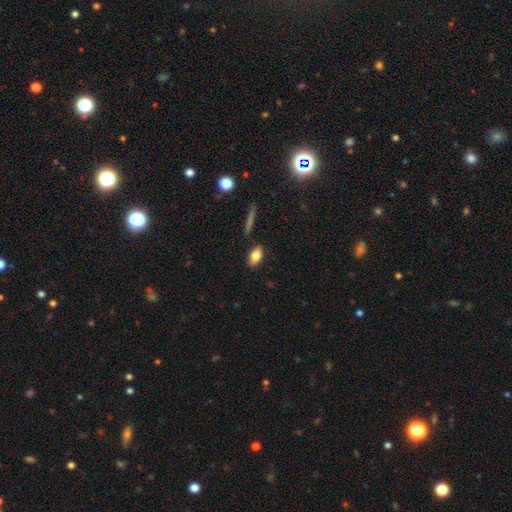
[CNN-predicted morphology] Smooth or featured? Predicted: smooth (p=0.75). How rounded? Predicted: in between (p=0.82). Merging? Predicted: none (p=0.83).